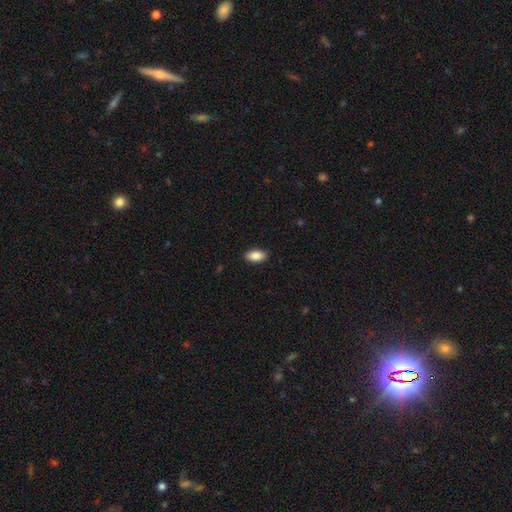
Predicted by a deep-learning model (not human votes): smooth-or-featured: smooth: 86% | star or artifact: 7% | featured or disk: 7%
  how-rounded: in between: 92% | cigar-shaped: 5% | round: 3%
  merging: none: 90% | minor disturbance: 7% | major disturbance: 2% | merger: 1%